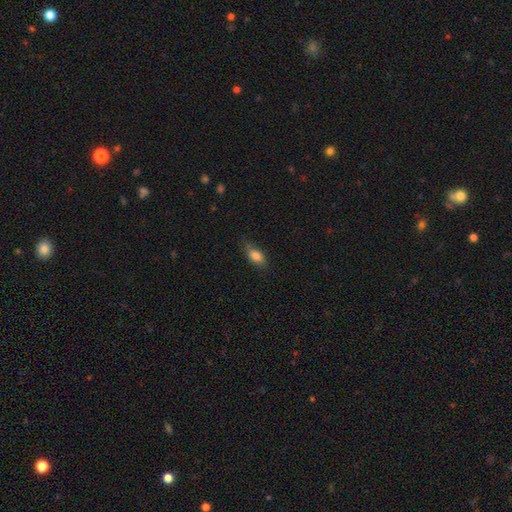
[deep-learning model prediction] Morphology: type=smooth (82%); roundness=in between (85%); merging=none (66%).